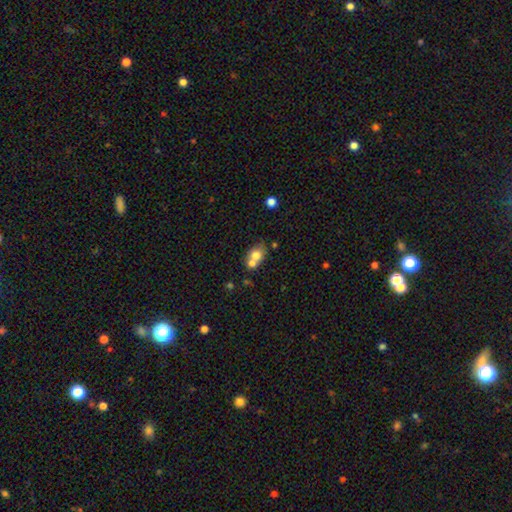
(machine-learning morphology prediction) Smooth or featured? Predicted: smooth (p=0.72). How rounded? Predicted: round (p=0.54). Merging? Predicted: merger (p=0.52).